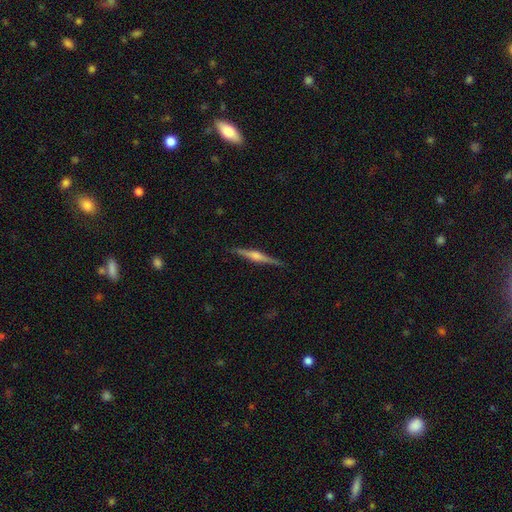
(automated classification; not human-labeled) Q: Smooth or featured?
A: featured or disk (75%); runner-up: smooth (19%)
Q: Edge-on disk?
A: yes (98%); runner-up: no (2%)
Q: Edge-on bulge?
A: rounded (83%); runner-up: boxy (11%)
Q: Merging?
A: none (90%); runner-up: minor disturbance (7%)